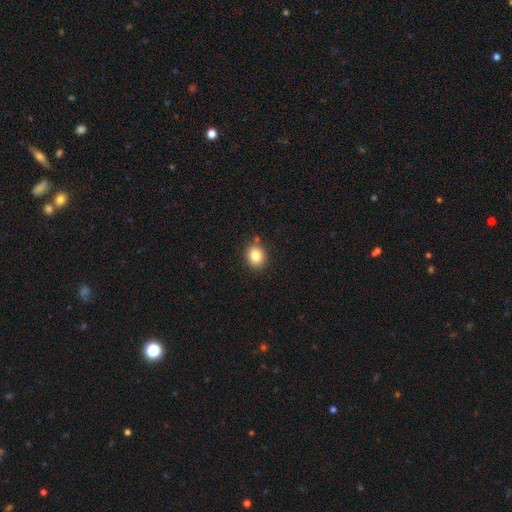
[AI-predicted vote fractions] Smooth or featured?
  - smooth: 83% *
  - star or artifact: 10%
  - featured or disk: 6%
How rounded?
  - round: 70% *
  - in between: 29%
  - cigar-shaped: 1%
Merging?
  - none: 84% *
  - minor disturbance: 9%
  - merger: 4%
  - major disturbance: 2%